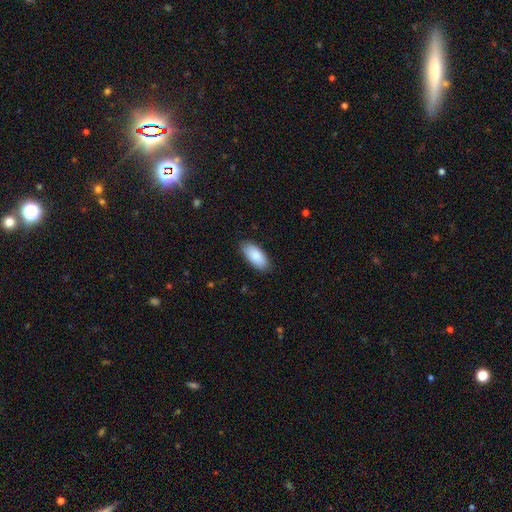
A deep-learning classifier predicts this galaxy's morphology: Smooth or featured: smooth — 87% (featured or disk — 7%)
How rounded: in between — 90% (cigar-shaped — 8%)
Merging: none — 87% (minor disturbance — 10%)